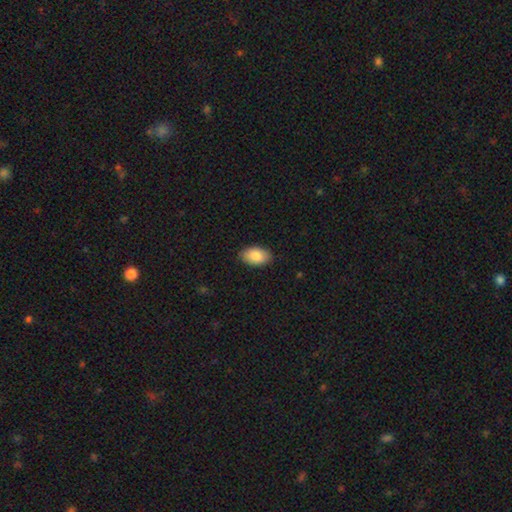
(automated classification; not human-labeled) smooth 87%, featured or disk 7%, star or artifact 6%. Down the decision tree: how rounded — in between (93%); merging — none (87%).